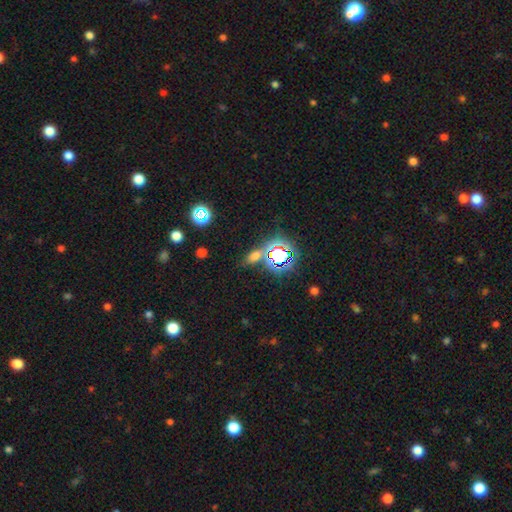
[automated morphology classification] Smooth or featured? Predicted: smooth (p=0.52). How rounded? Predicted: in between (p=0.69). Merging? Predicted: none (p=0.72).